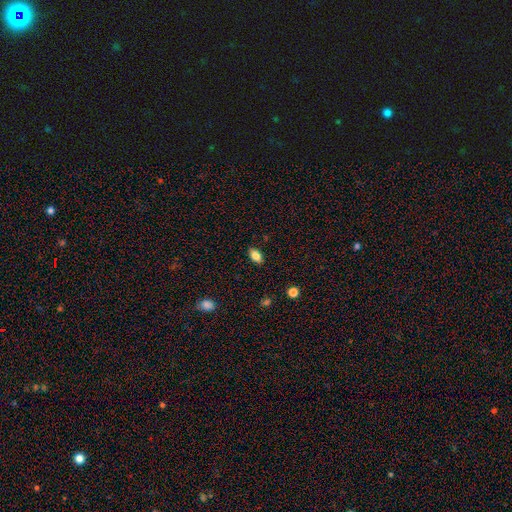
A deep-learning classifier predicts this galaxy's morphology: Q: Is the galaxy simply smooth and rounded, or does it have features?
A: smooth — 81%.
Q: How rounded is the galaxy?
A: in between — 89%.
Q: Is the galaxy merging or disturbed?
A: none — 88%.